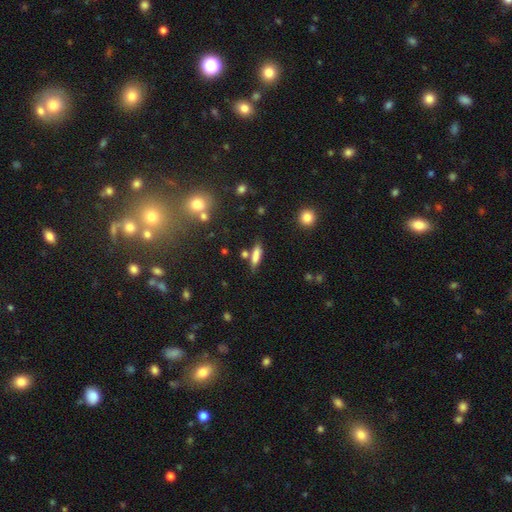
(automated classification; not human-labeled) A smooth galaxy with no disk features (77%) that is cigar-shaped (62%).

Vote fractions:
- Smooth or featured? smooth: 77% / featured or disk: 14% / star or artifact: 9%
- How rounded? cigar-shaped: 62% / in between: 35% / round: 3%
- Merging? none: 67% / minor disturbance: 15% / merger: 13% / major disturbance: 4%